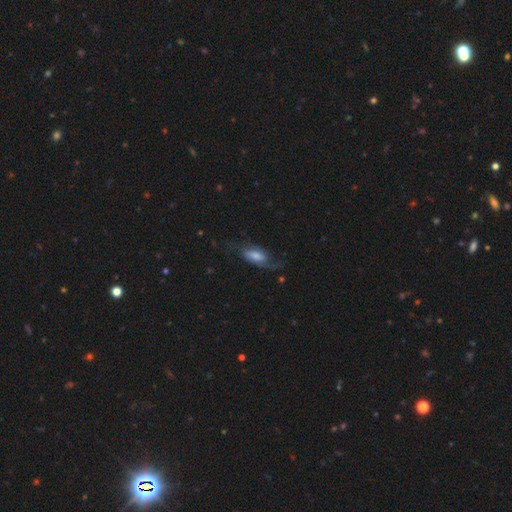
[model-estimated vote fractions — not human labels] Q: Smooth or featured?
A: featured or disk (55%); runner-up: smooth (37%)
Q: Edge-on disk?
A: no (91%); runner-up: yes (9%)
Q: Bar?
A: no (49%); runner-up: weak (39%)
Q: Spiral arms?
A: yes (89%); runner-up: no (11%)
Q: Bulge size?
A: moderate (35%); runner-up: small (25%)
Q: Merging?
A: none (53%); runner-up: major disturbance (23%)